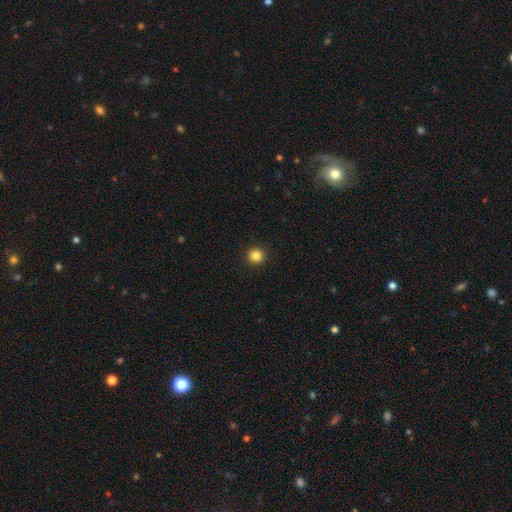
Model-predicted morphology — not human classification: Smooth or featured?
  - smooth: 85% *
  - star or artifact: 12%
  - featured or disk: 4%
How rounded?
  - round: 95% *
  - in between: 4%
  - cigar-shaped: 1%
Merging?
  - none: 93% *
  - minor disturbance: 4%
  - major disturbance: 2%
  - merger: 1%